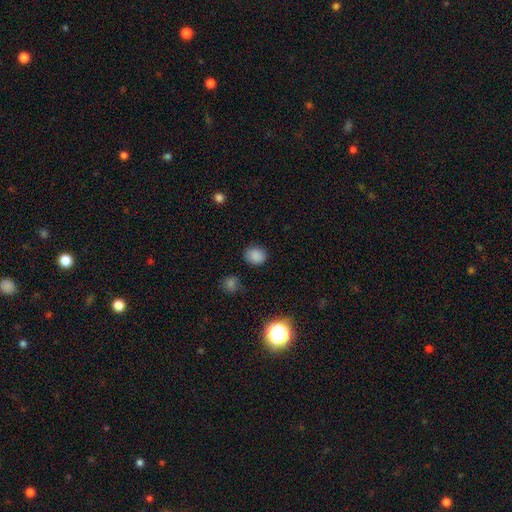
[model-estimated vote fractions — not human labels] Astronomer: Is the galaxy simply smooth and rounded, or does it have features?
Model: smooth — 84%.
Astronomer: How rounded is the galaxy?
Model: round — 63%.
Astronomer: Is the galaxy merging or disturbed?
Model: none — 84%.